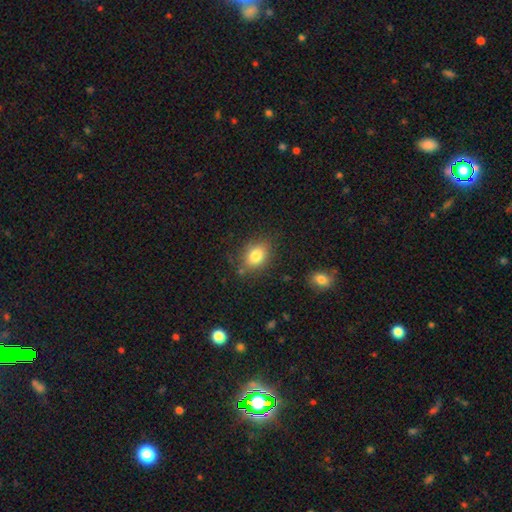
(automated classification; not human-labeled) This is clearly a smooth galaxy (82%). How rounded: likely in between (65%). Merging: likely none (79%).